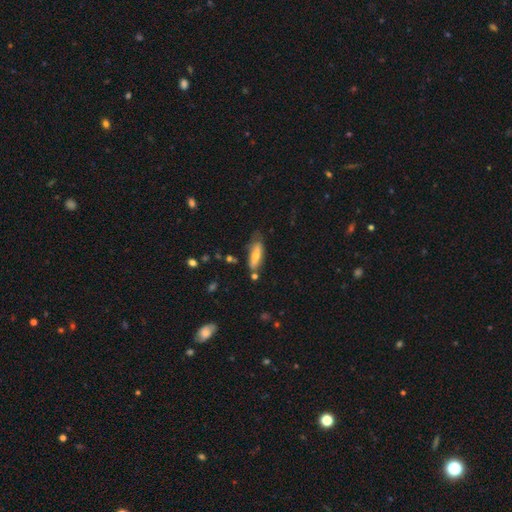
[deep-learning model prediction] smooth_or_featured: smooth (p=0.66) [alt: featured or disk p=0.28]
how_rounded: in between (p=0.58) [alt: cigar-shaped p=0.40]
merging: none (p=0.56) [alt: minor disturbance p=0.29]